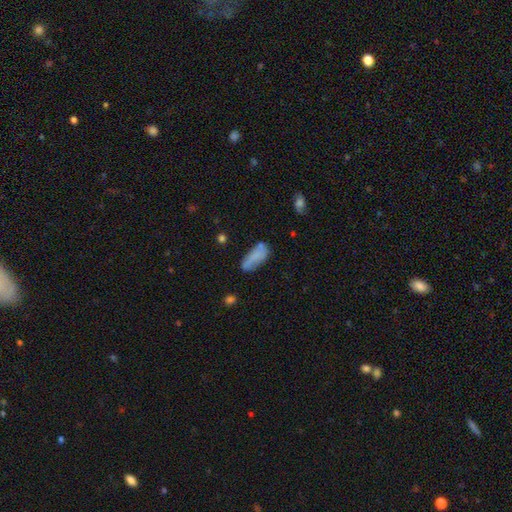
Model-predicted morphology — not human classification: type=smooth (74%); roundness=in between (73%); merging=none (52%).